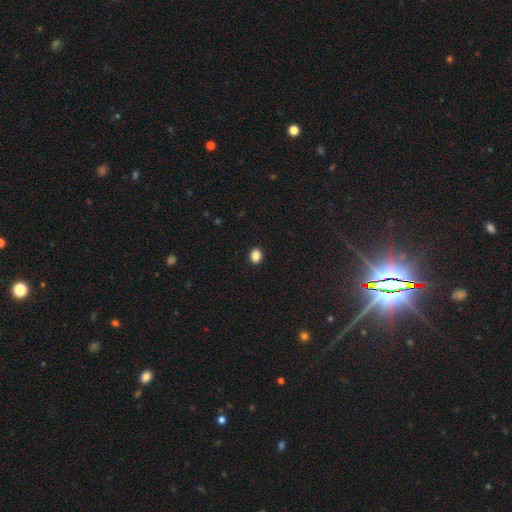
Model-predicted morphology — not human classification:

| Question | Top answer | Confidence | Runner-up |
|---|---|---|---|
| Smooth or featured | smooth | 87% | star or artifact (10%) |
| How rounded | round | 52% | in between (47%) |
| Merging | none | 92% | minor disturbance (6%) |